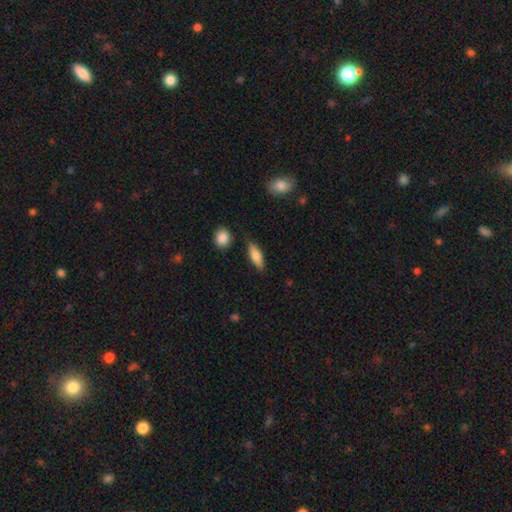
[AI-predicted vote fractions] Smooth or featured? smooth (74%)
How rounded? in between (61%)
Merging? none (82%)